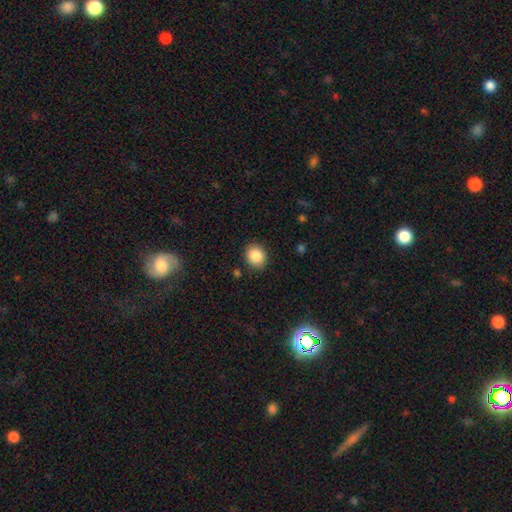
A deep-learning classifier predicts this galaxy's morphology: This appears to be a smooth galaxy with no disk features (87%) that is round (63%). Merging: none (88%).